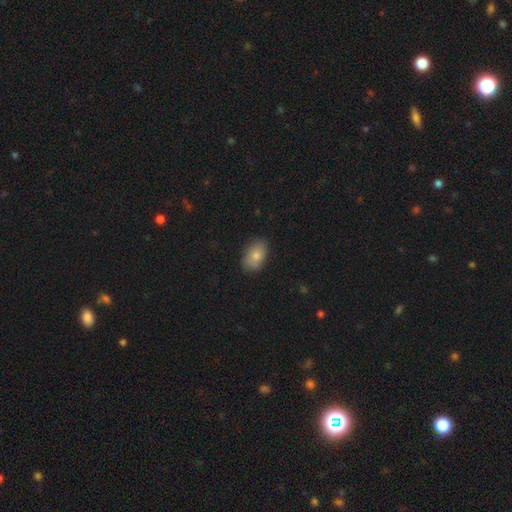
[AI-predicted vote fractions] Overall: smooth (81%). How rounded: in between (89%). Merging: none (82%).